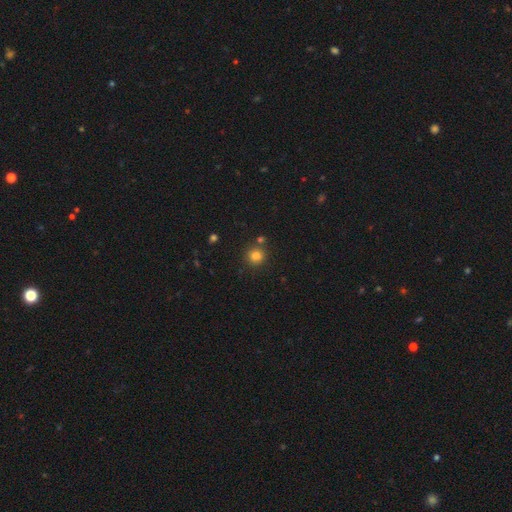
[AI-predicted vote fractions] This is clearly a smooth galaxy (82%). How rounded: clearly round (90%). Merging: likely none (79%).